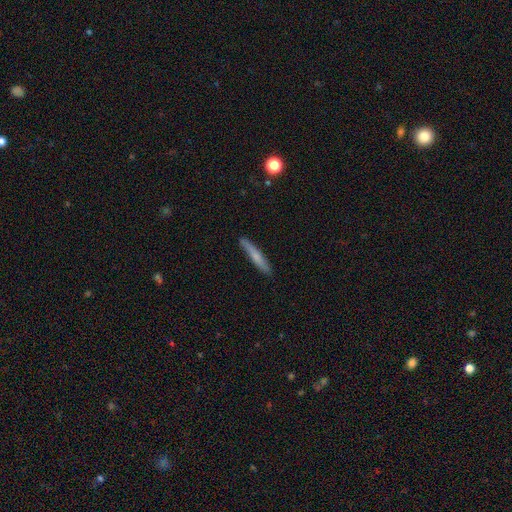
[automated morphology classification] This appears to be a smooth galaxy with no disk features (62%) that is cigar-shaped (95%). Merging: none (86%).